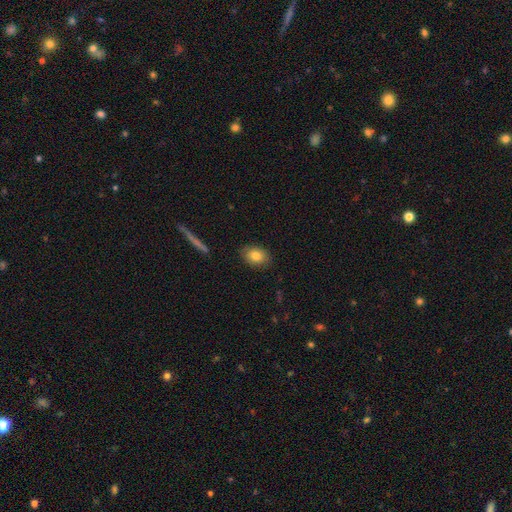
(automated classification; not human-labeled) smooth-or-featured: smooth: 79% | featured or disk: 12% | star or artifact: 8%
  how-rounded: in between: 74% | round: 24% | cigar-shaped: 2%
  merging: none: 87% | minor disturbance: 10% | major disturbance: 2% | merger: 1%